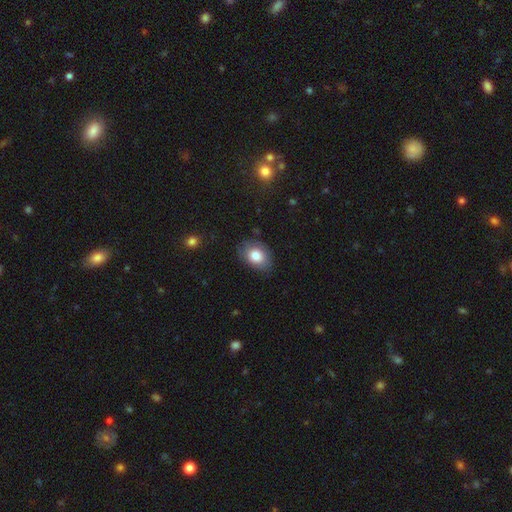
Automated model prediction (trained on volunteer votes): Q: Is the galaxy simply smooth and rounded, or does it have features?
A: smooth — 81%.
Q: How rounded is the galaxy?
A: in between — 78%.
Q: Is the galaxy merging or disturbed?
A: none — 77%.